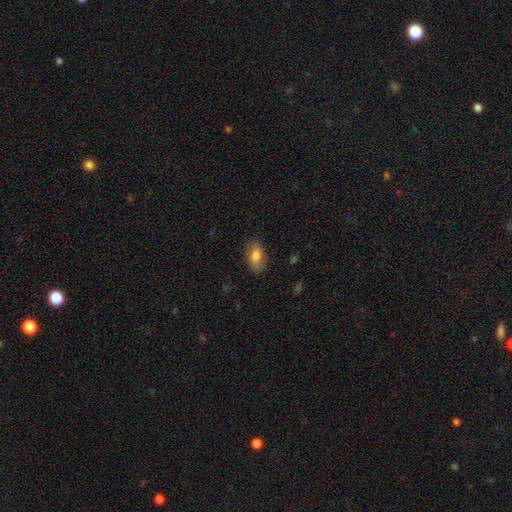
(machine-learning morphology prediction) Smooth or featured?
  - smooth: 77% *
  - featured or disk: 15%
  - star or artifact: 7%
How rounded?
  - in between: 91% *
  - round: 6%
  - cigar-shaped: 4%
Merging?
  - none: 77% *
  - minor disturbance: 18%
  - major disturbance: 4%
  - merger: 1%